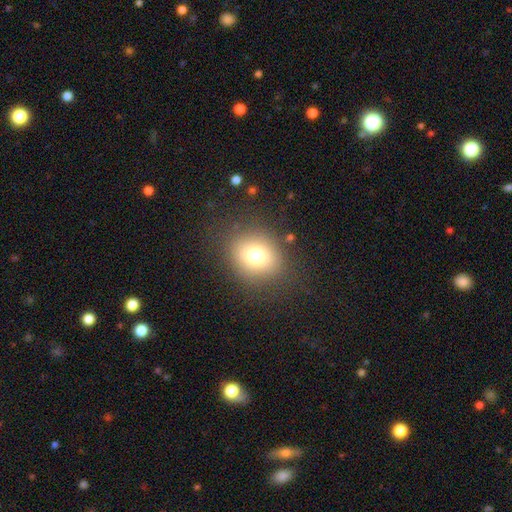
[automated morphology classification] This appears to be a smooth galaxy with no disk features (74%) that is round (69%). Merging: none (83%).